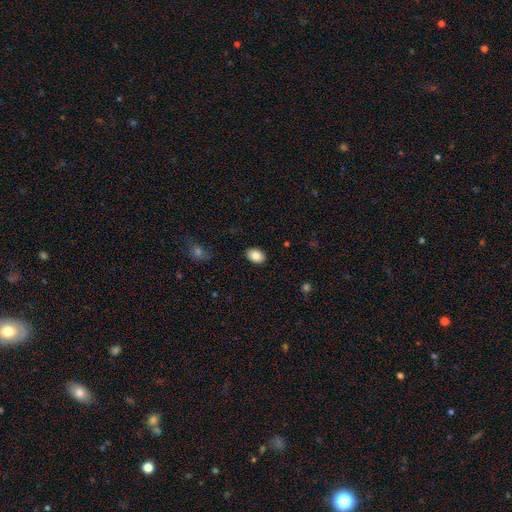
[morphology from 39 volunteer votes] A smooth galaxy with no disk features (79%) that is in between round and cigar-shaped (84%). Merging: none (97%).